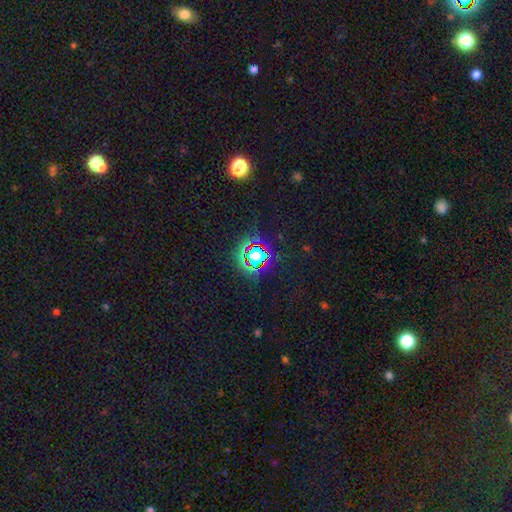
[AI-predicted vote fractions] Smooth or featured: star or artifact — 70% (smooth — 20%)